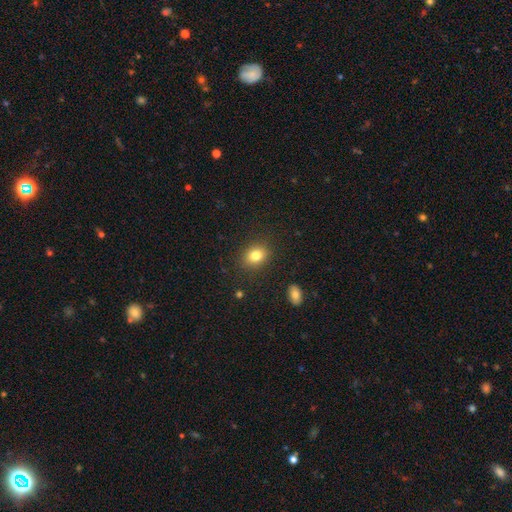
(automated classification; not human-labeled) Smooth or featured?
  - smooth: 82% *
  - star or artifact: 10%
  - featured or disk: 8%
How rounded?
  - in between: 57% *
  - round: 42%
  - cigar-shaped: 1%
Merging?
  - none: 87% *
  - minor disturbance: 9%
  - major disturbance: 3%
  - merger: 1%